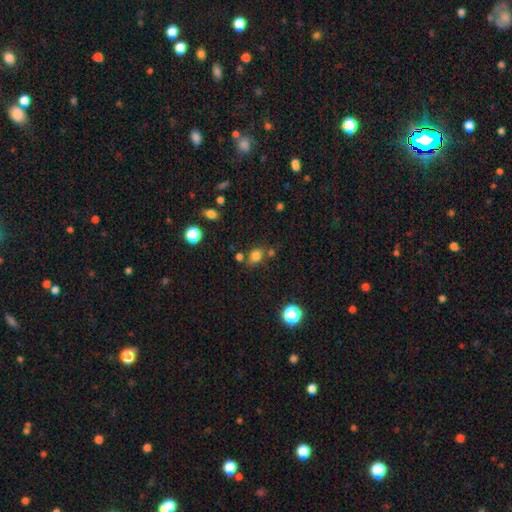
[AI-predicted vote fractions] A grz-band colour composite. It shows a smooth galaxy with no disk features (76%) that is round (50%). Merging: none (66%).